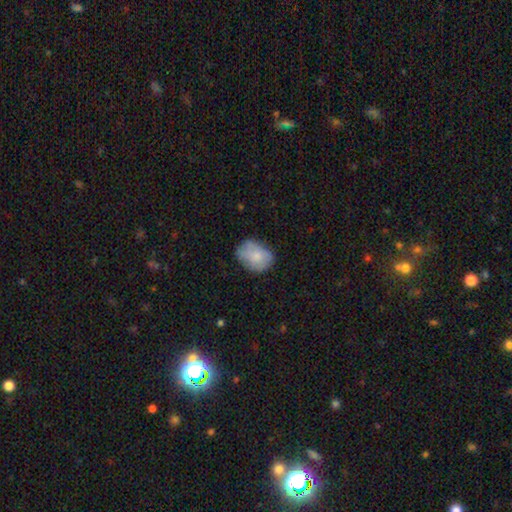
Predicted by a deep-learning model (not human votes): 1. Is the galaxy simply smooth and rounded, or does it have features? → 67% smooth, 26% featured or disk, 7% star or artifact.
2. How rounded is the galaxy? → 73% in between, 26% round, 1% cigar-shaped.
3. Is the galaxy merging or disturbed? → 62% none, 28% minor disturbance, 9% major disturbance, 2% merger.